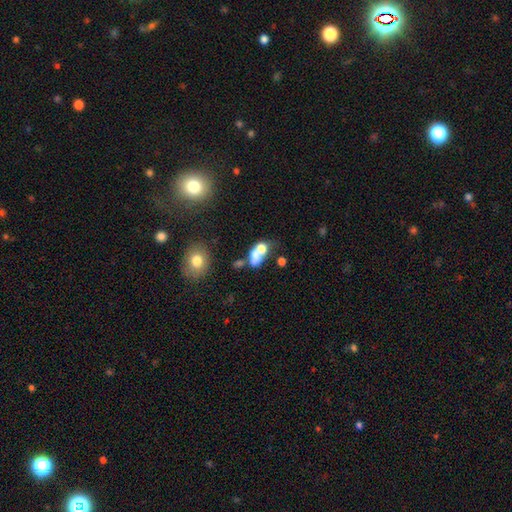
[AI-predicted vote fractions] Smooth or featured? smooth (65%)
How rounded? in between (70%)
Merging? merger (59%)